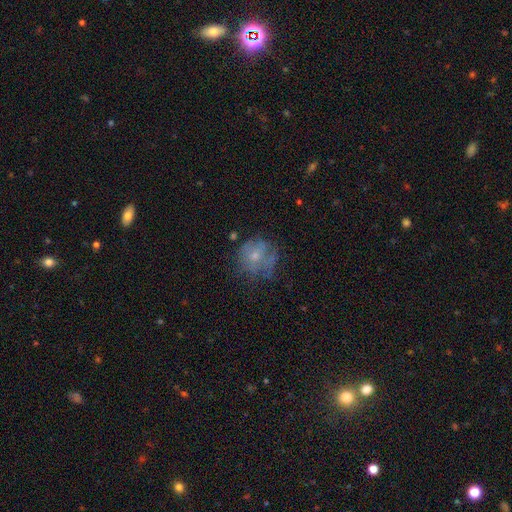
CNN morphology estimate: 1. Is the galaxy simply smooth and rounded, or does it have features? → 48% smooth, 40% featured or disk, 13% star or artifact.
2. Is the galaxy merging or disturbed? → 49% none, 25% minor disturbance, 22% major disturbance, 3% merger.